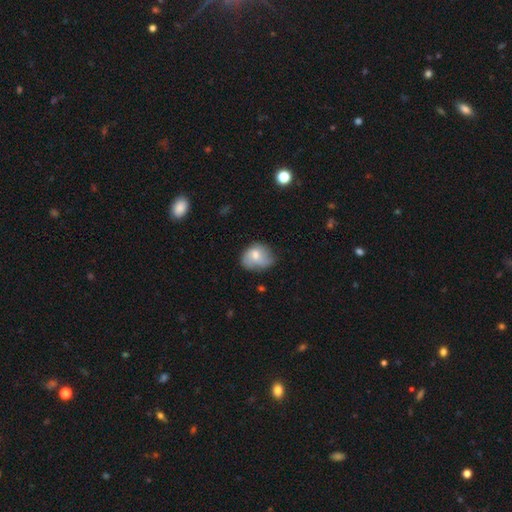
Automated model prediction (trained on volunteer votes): A smooth galaxy with no disk features (63%) that is round (50%). Merging: none (49%).